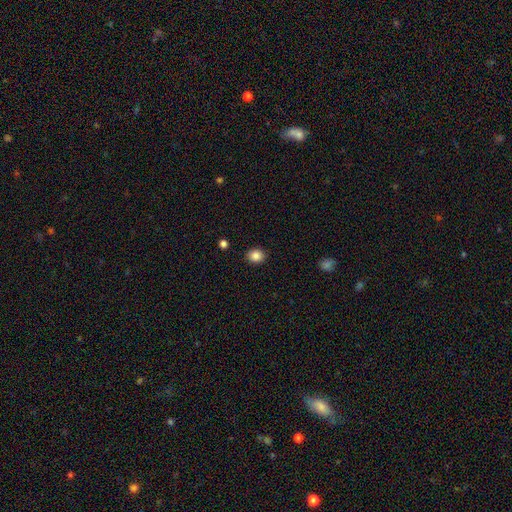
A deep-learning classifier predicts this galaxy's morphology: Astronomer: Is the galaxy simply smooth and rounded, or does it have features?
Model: smooth — 86%.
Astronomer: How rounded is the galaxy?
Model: round — 66%.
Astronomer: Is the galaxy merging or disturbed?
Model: none — 90%.